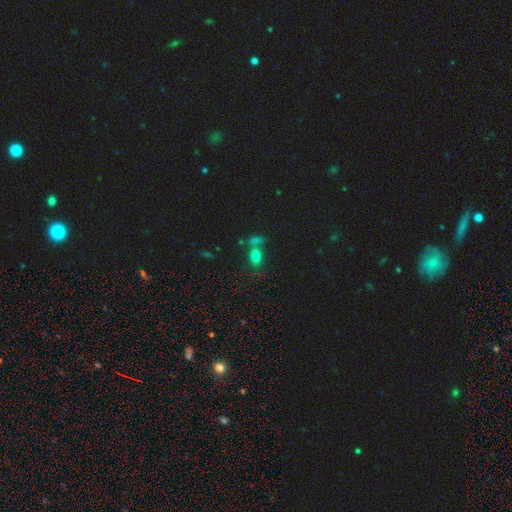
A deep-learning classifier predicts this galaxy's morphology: A smooth galaxy with no disk features (72%) that is in between round and cigar-shaped (82%). Merging: none (50%).